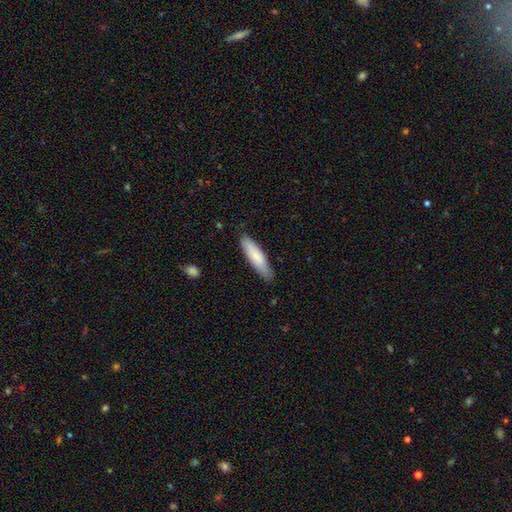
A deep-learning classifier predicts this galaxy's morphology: This is likely a smooth galaxy (79%). How rounded: likely cigar-shaped (70%). Merging: clearly none (82%).